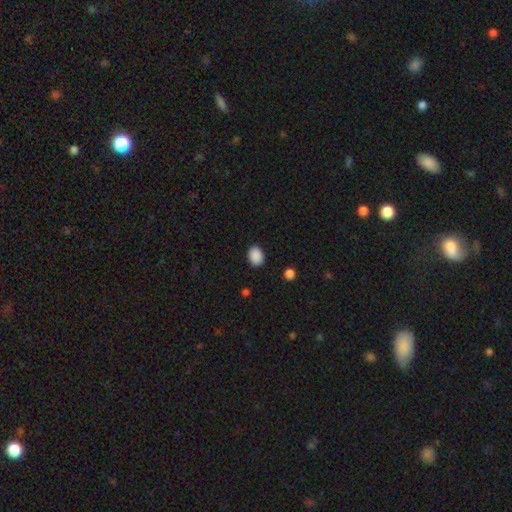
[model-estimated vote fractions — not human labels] Smooth or featured? Predicted: smooth (p=0.90). How rounded? Predicted: in between (p=0.69). Merging? Predicted: none (p=0.89).